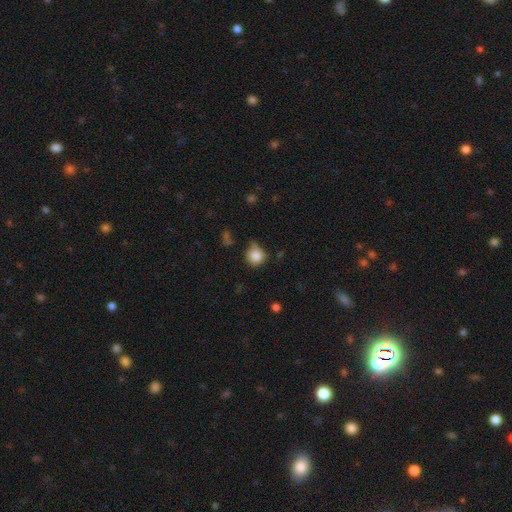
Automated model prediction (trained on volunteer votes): Smooth or featured? Predicted: smooth (p=0.85). How rounded? Predicted: round (p=0.90). Merging? Predicted: none (p=0.64).